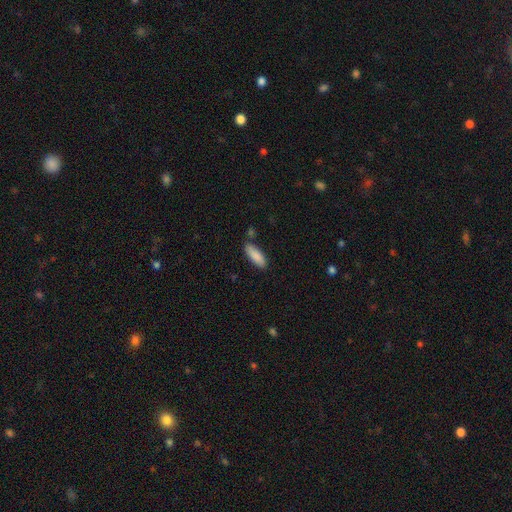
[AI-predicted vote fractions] smooth 88%, star or artifact 6%, featured or disk 6%. Down the decision tree: how rounded — in between (64%); merging — none (79%).